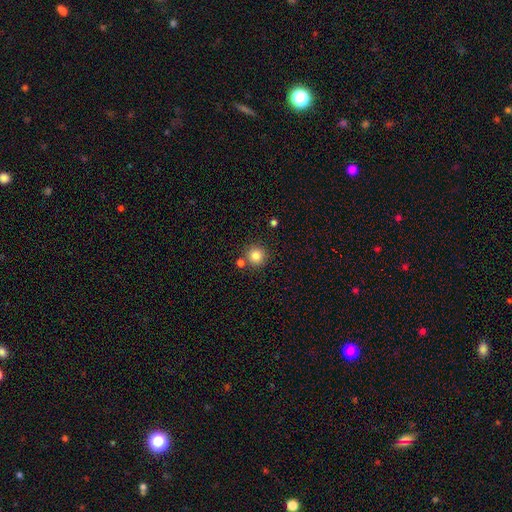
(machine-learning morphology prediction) Q: Smooth or featured?
A: smooth (82%); runner-up: star or artifact (12%)
Q: How rounded?
A: round (95%); runner-up: in between (4%)
Q: Merging?
A: none (81%); runner-up: merger (10%)